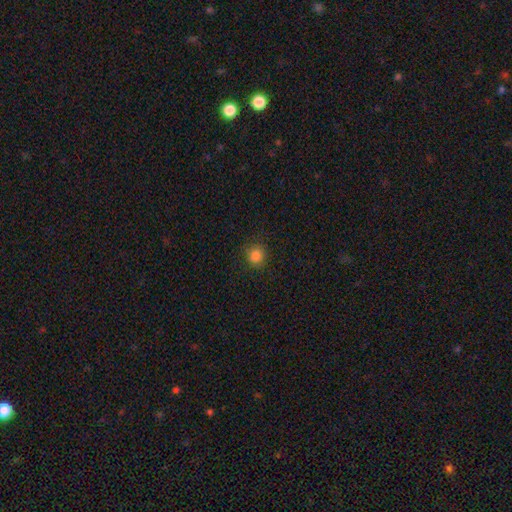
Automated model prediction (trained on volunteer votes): Overall: smooth (84%). How rounded: round (89%). Merging: none (87%).